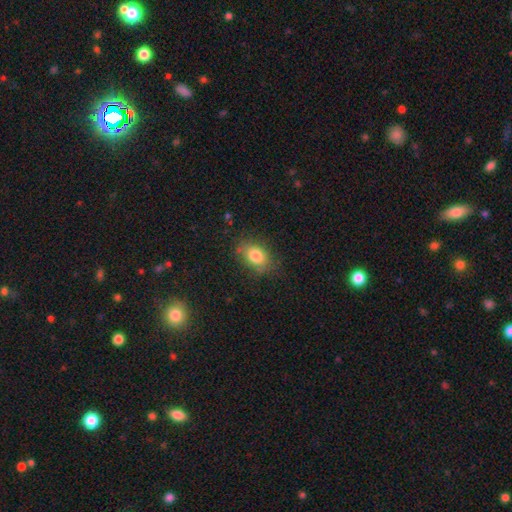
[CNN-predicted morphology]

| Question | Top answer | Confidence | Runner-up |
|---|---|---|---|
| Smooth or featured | smooth | 80% | featured or disk (10%) |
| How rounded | in between | 73% | round (25%) |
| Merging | none | 75% | minor disturbance (18%) |